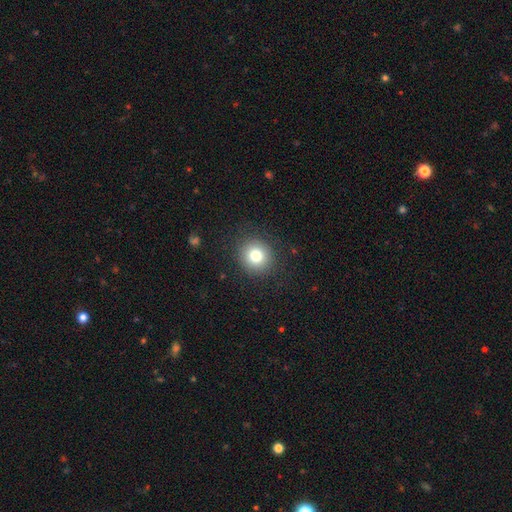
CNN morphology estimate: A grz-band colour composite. It shows a smooth galaxy with no disk features (79%) that is round (88%). Merging: none (89%).